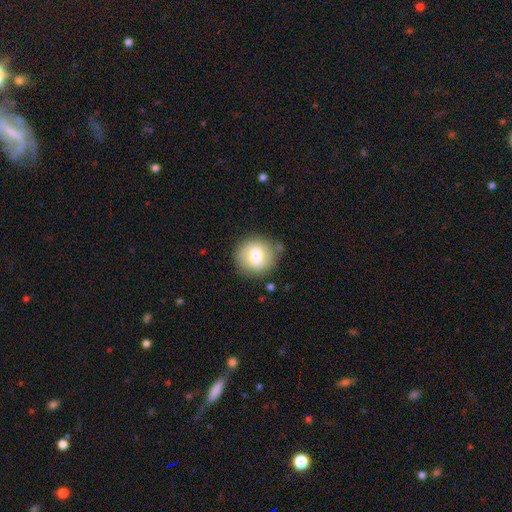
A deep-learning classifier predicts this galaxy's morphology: Smooth or featured?
  - smooth: 71% *
  - featured or disk: 20%
  - star or artifact: 8%
How rounded?
  - round: 88% *
  - in between: 11%
  - cigar-shaped: 1%
Merging?
  - none: 82% *
  - minor disturbance: 12%
  - major disturbance: 4%
  - merger: 3%